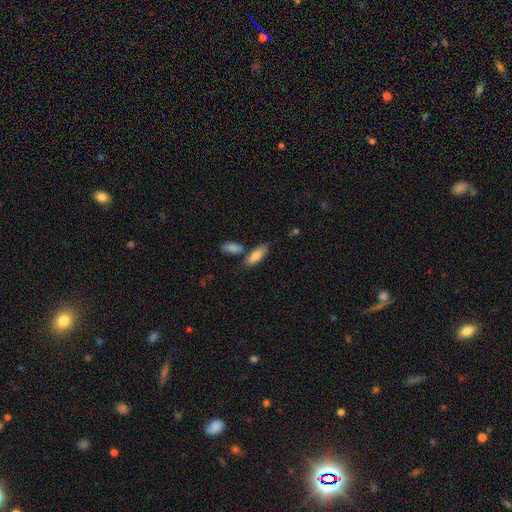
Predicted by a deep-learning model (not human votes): Smooth or featured? Predicted: smooth (p=0.79). How rounded? Predicted: in between (p=0.68). Merging? Predicted: none (p=0.65).